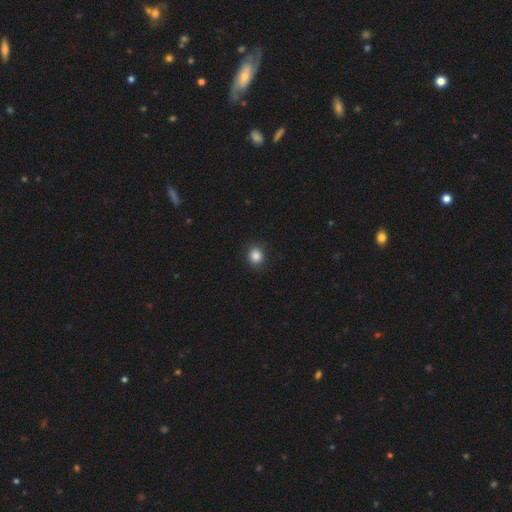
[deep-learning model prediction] Smooth or featured: smooth — 86% (star or artifact — 10%)
How rounded: round — 79% (in between — 20%)
Merging: none — 88% (minor disturbance — 8%)